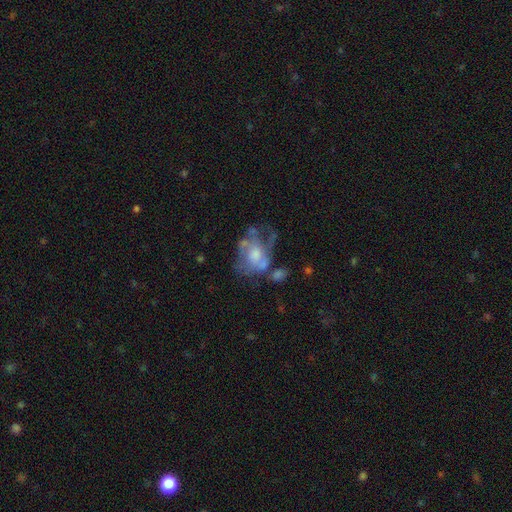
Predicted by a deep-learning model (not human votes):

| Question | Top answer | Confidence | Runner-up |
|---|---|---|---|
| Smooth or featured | featured or disk | 59% | smooth (31%) |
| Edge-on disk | no | 97% | yes (3%) |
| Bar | no | 79% | weak (17%) |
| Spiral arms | no | 65% | yes (35%) |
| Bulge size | moderate | 47% | small (21%) |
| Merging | major disturbance | 33% | none (28%) |